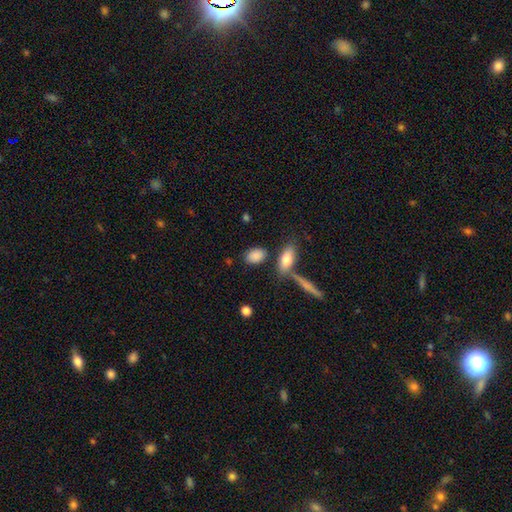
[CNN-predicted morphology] type=smooth (86%); roundness=in between (84%); merging=none (75%).